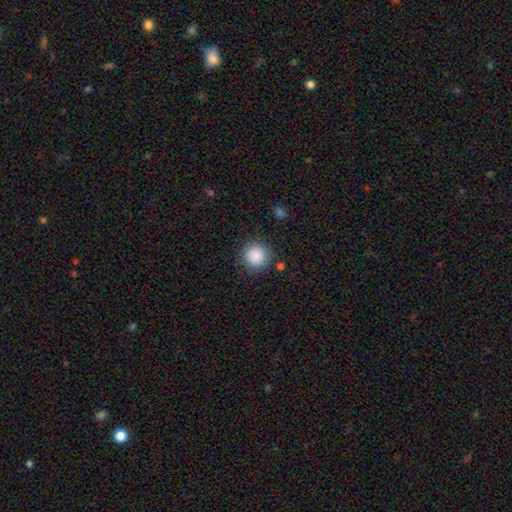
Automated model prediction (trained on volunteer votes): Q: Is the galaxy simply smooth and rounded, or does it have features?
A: smooth — 88%.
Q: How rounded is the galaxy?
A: round — 95%.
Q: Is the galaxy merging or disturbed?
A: none — 87%.